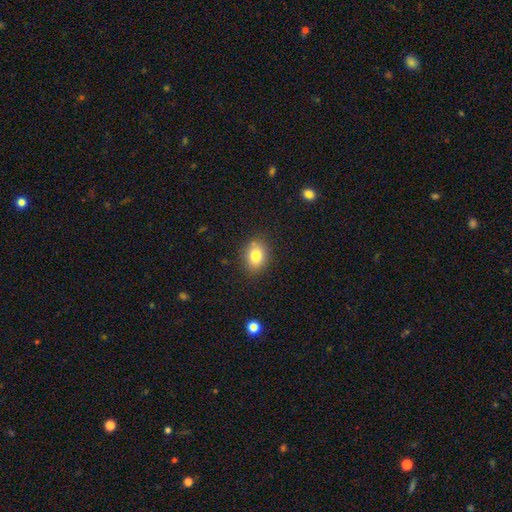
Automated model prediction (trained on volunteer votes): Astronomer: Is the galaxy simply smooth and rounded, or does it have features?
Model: smooth — 81%.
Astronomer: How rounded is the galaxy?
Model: in between — 60% (runner-up: round, 39%).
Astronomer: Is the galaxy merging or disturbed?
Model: none — 85%.